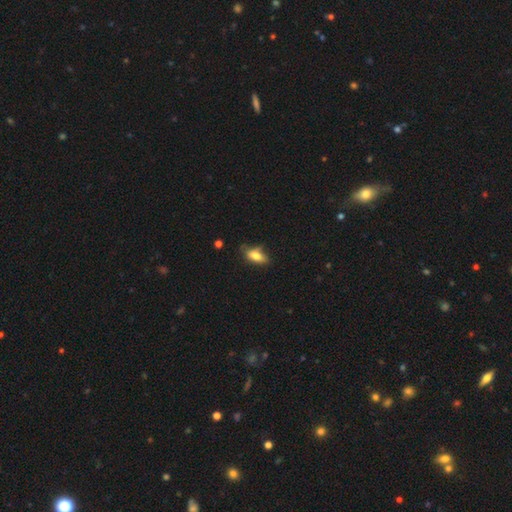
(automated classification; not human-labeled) Overall: smooth (76%). How rounded: in between (83%). Merging: none (56%; minor disturbance 32%).